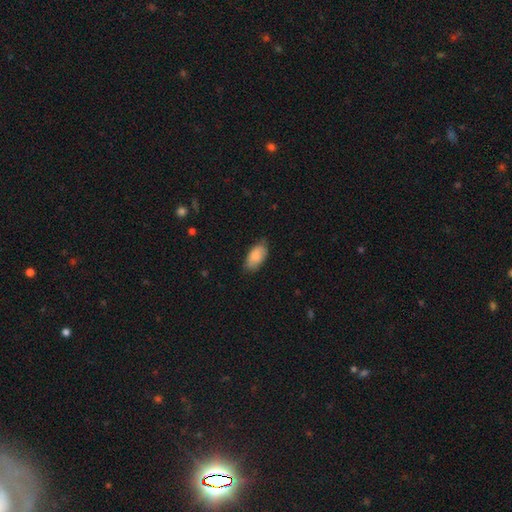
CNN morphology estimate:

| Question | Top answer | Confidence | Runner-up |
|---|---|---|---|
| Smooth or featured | smooth | 86% | featured or disk (8%) |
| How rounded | in between | 94% | cigar-shaped (4%) |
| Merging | none | 76% | minor disturbance (20%) |